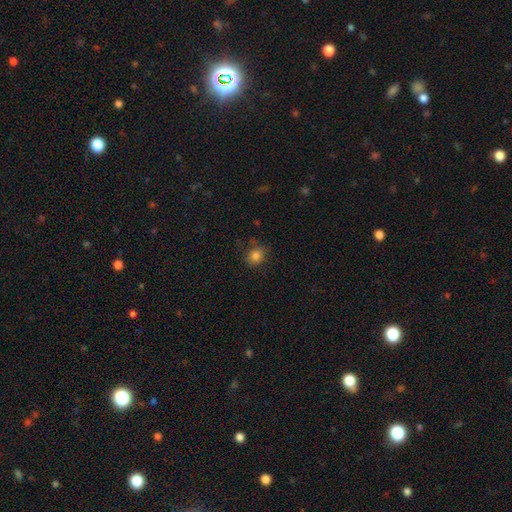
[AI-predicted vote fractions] Smooth or featured?
  - smooth: 81% *
  - star or artifact: 13%
  - featured or disk: 6%
How rounded?
  - round: 66% *
  - in between: 33%
  - cigar-shaped: 1%
Merging?
  - none: 78% *
  - minor disturbance: 16%
  - major disturbance: 4%
  - merger: 2%